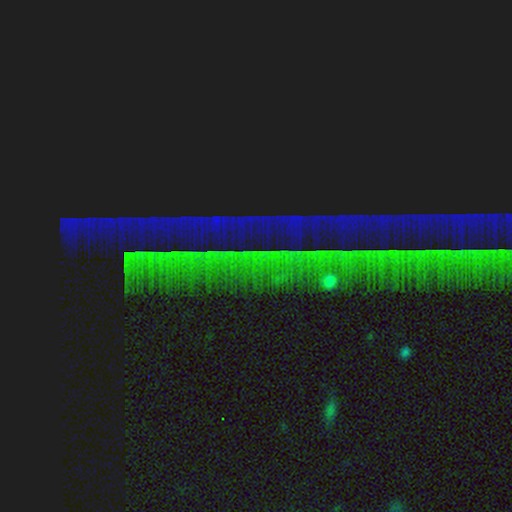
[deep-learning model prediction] The model was most divided on "smooth or featured": star or artifact: 87%, featured or disk: 7%, smooth: 6%.